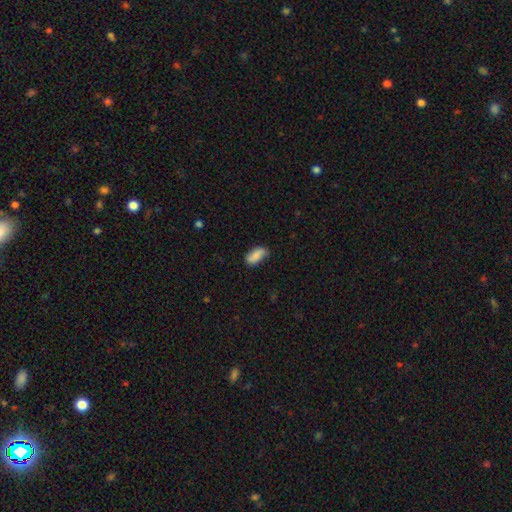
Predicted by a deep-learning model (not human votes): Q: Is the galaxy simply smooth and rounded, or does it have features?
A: smooth — 83%.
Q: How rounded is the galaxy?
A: in between — 89%.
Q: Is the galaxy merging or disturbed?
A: none — 74%.